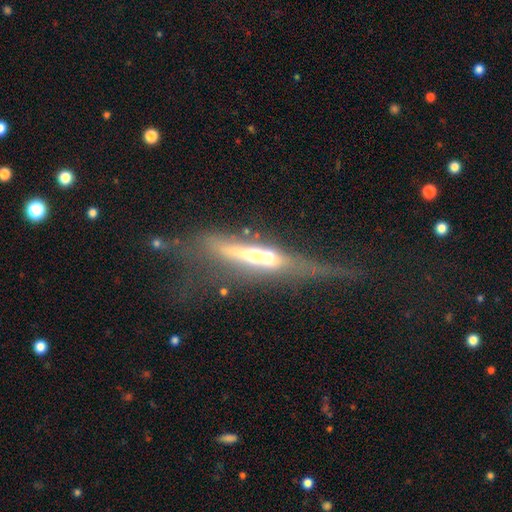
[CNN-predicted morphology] type=featured or disk (66%); edge-on=yes (83%); edge-on bulge=rounded (84%); merging=none (35%).